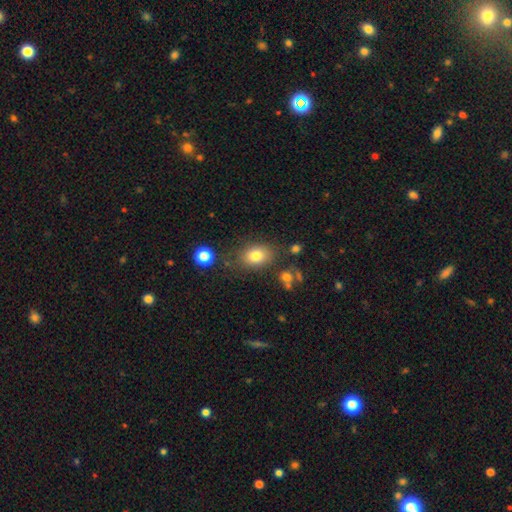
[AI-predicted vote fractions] Morphology: type=smooth (79%); roundness=in between (73%); merging=none (76%).